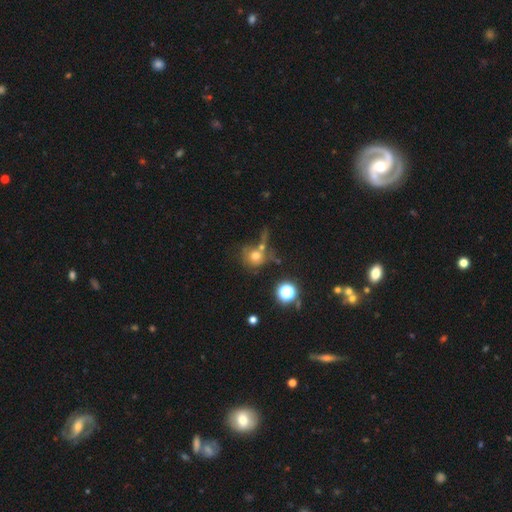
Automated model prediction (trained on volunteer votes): The model was most divided on "merging": none: 46%, merger: 28%, minor disturbance: 14%, major disturbance: 12%. More confident: how rounded — round (84%); smooth or featured — smooth (66%).